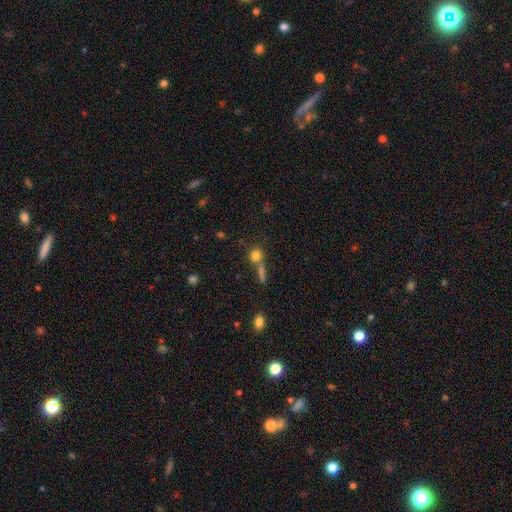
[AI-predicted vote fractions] Smooth or featured: smooth — 77% (star or artifact — 13%)
How rounded: round — 84% (in between — 11%)
Merging: none — 59% (merger — 28%)